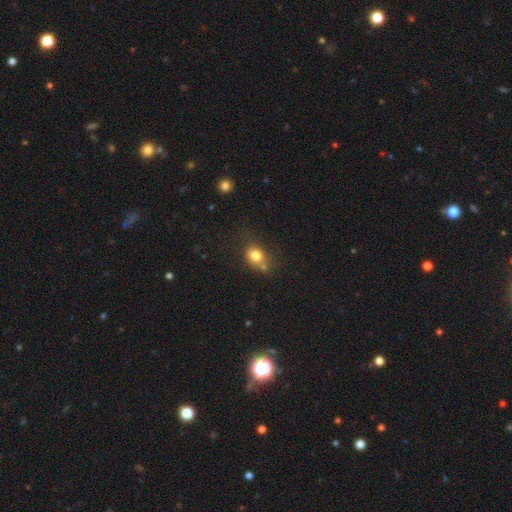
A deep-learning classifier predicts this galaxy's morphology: smooth_or_featured: smooth (p=0.79) [alt: star or artifact p=0.11]
how_rounded: round (p=0.56) [alt: in between p=0.42]
merging: none (p=0.53) [alt: minor disturbance p=0.21]